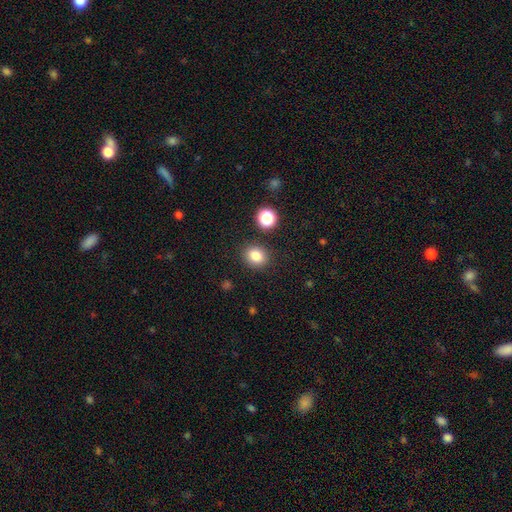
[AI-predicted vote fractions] smooth_or_featured: smooth (p=0.82) [alt: star or artifact p=0.12]
how_rounded: round (p=0.66) [alt: in between p=0.33]
merging: none (p=0.86) [alt: minor disturbance p=0.08]